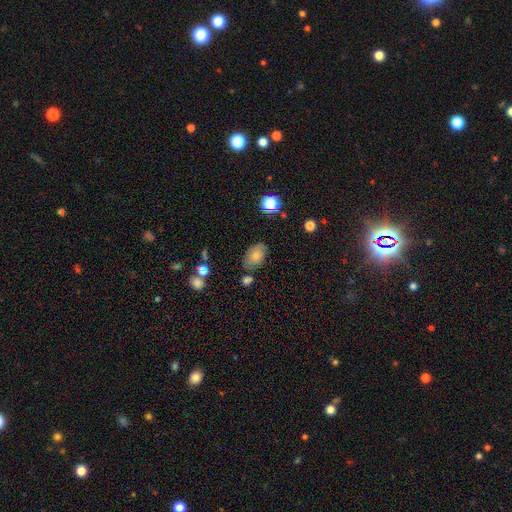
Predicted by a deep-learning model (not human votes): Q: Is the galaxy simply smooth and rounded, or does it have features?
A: smooth — 69%.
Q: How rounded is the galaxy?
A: in between — 85%.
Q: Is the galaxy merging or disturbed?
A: none — 70%.